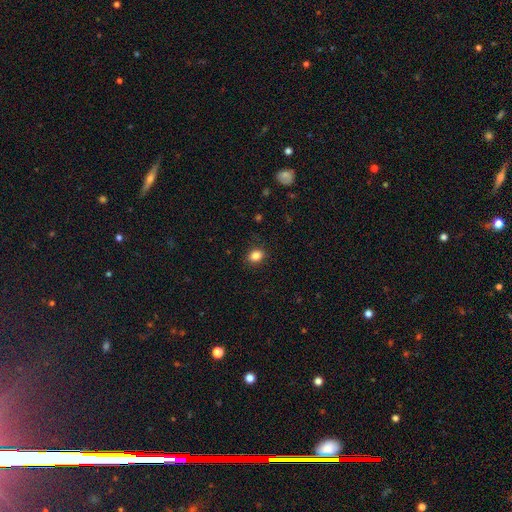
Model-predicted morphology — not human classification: This is clearly a smooth galaxy (85%). How rounded: possibly in between (55%). Merging: clearly none (87%).